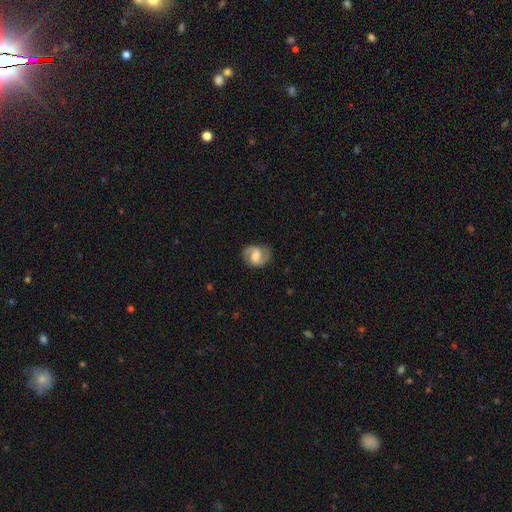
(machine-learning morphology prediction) Smooth or featured? featured or disk (74%)
Edge-on disk? no (98%)
Bar? weak (51%)
Spiral arms? yes (93%)
Spiral winding? medium (52%)
Spiral arm count? 2 (91%)
Bulge size? moderate (47%)
Merging? none (83%)